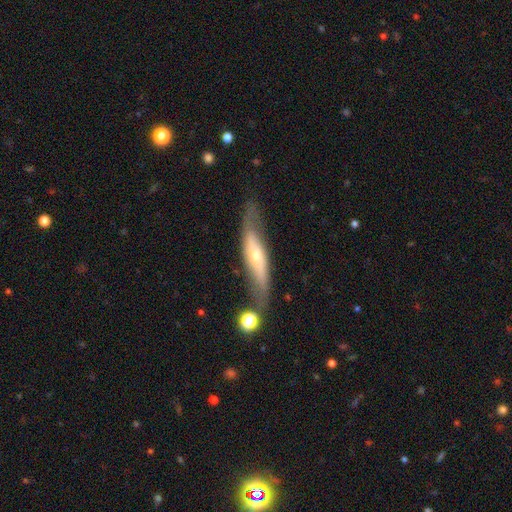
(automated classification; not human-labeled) This appears to be a featured or disk galaxy (61%) viewed edge-on (60%). Merging: none (67%).